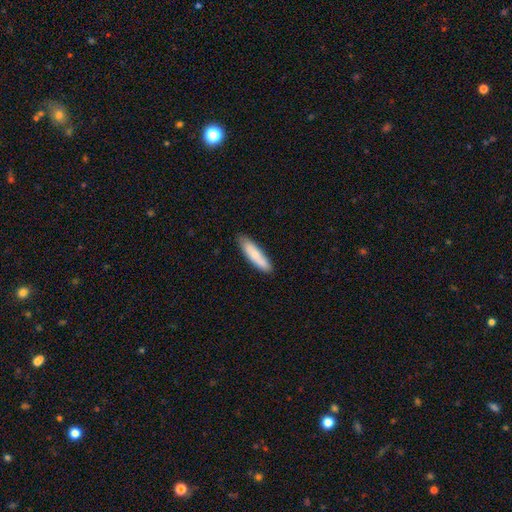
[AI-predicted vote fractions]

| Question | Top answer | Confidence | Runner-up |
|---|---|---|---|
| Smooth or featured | smooth | 74% | featured or disk (20%) |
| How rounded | cigar-shaped | 69% | in between (29%) |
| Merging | none | 82% | minor disturbance (14%) |